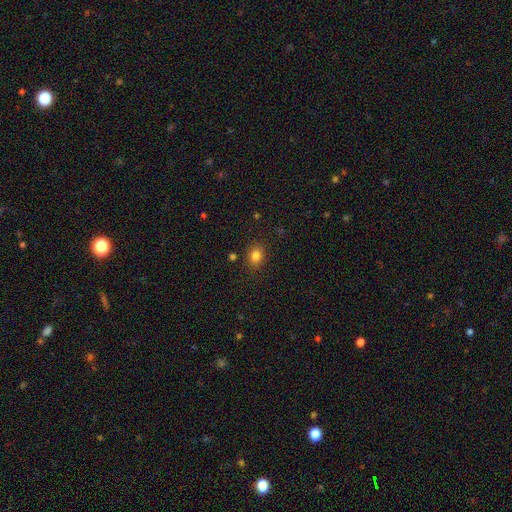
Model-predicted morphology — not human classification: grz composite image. It shows a smooth galaxy with no disk features (81%) that is round (54%). Merging: none (84%).